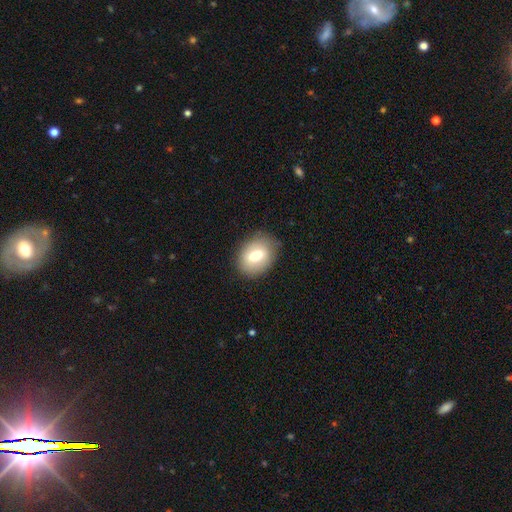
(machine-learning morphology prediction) smooth-or-featured: smooth: 66% | featured or disk: 26% | star or artifact: 8%
  how-rounded: in between: 69% | round: 29% | cigar-shaped: 2%
  merging: none: 83% | minor disturbance: 12% | major disturbance: 4% | merger: 1%